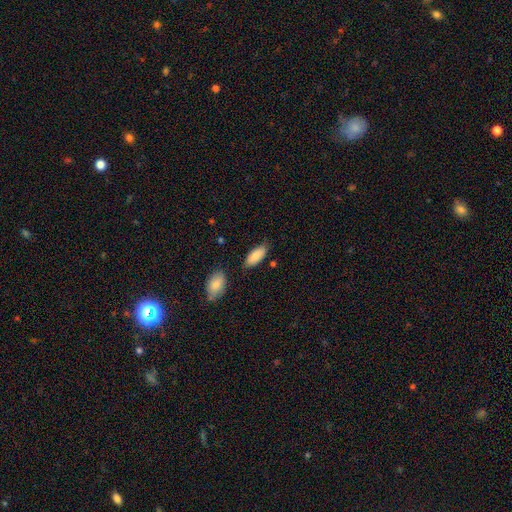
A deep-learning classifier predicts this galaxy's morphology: Smooth or featured: smooth — 85% (featured or disk — 9%)
How rounded: in between — 86% (cigar-shaped — 12%)
Merging: none — 77% (minor disturbance — 15%)